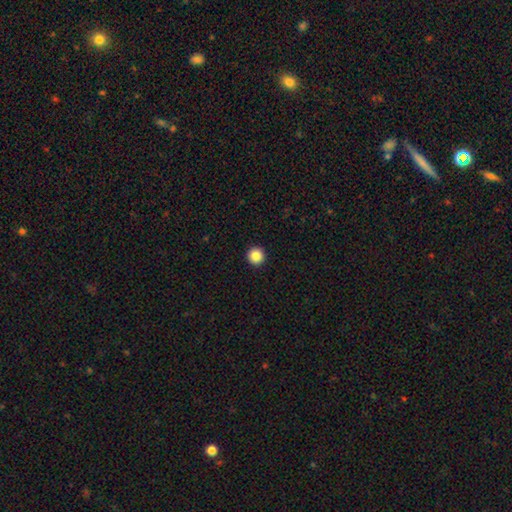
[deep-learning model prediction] Smooth or featured: smooth — 87% (star or artifact — 10%)
How rounded: round — 96% (in between — 3%)
Merging: none — 94% (minor disturbance — 3%)